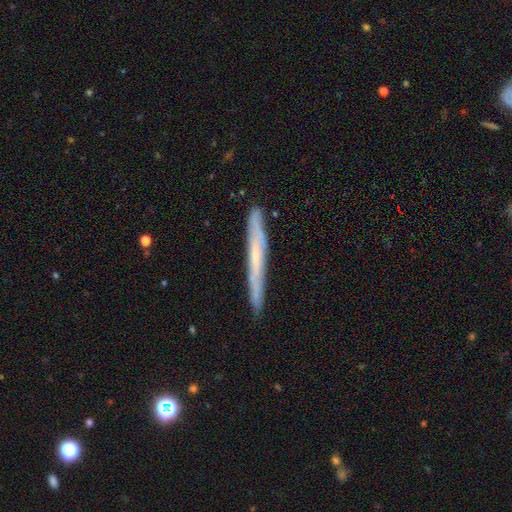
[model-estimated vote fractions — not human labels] smooth-or-featured: featured or disk: 53% | smooth: 40% | star or artifact: 7%
  disk-edge-on: yes: 91% | no: 9%
  merging: none: 86% | minor disturbance: 11% | major disturbance: 2% | merger: 1%